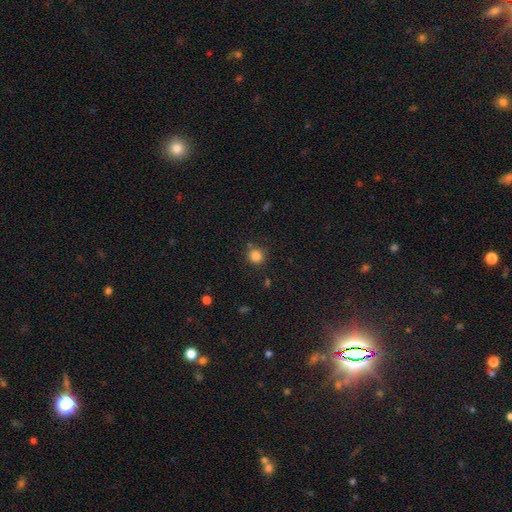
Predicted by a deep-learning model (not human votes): Smooth or featured? smooth (84%)
How rounded? round (90%)
Merging? none (78%)